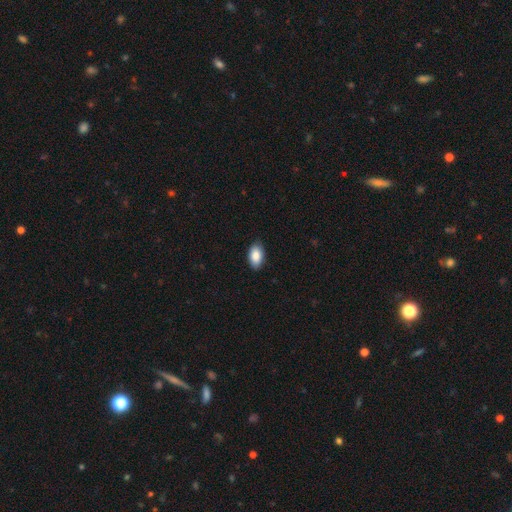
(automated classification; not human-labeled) Smooth or featured: smooth — 88% (star or artifact — 6%)
How rounded: in between — 94% (round — 4%)
Merging: none — 87% (minor disturbance — 10%)